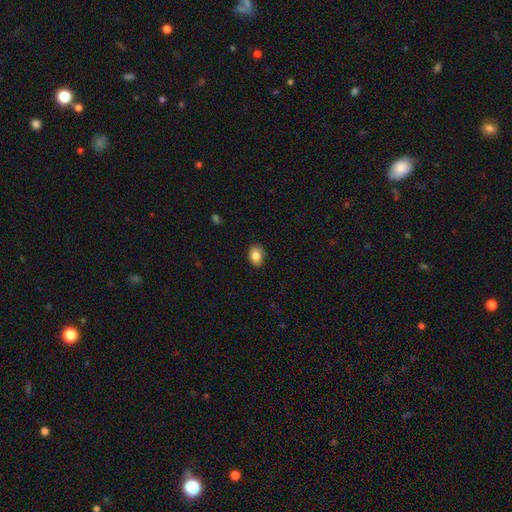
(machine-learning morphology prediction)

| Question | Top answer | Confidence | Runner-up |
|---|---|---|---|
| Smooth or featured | smooth | 85% | star or artifact (8%) |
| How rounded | in between | 75% | round (24%) |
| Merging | none | 84% | minor disturbance (13%) |